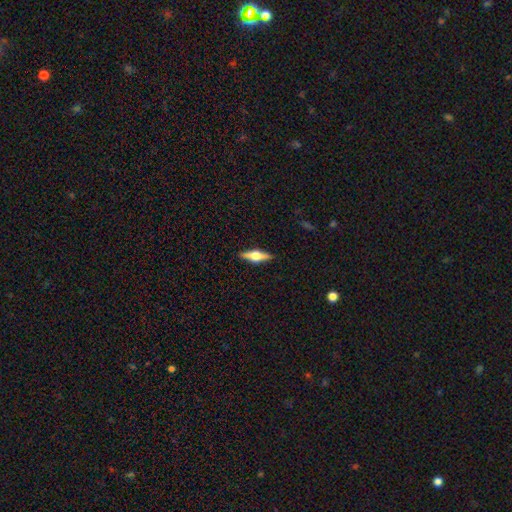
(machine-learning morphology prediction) Q: Smooth or featured?
A: featured or disk (66%); runner-up: smooth (28%)
Q: Edge-on disk?
A: yes (96%); runner-up: no (4%)
Q: Edge-on bulge?
A: rounded (93%); runner-up: boxy (5%)
Q: Merging?
A: none (89%); runner-up: minor disturbance (8%)